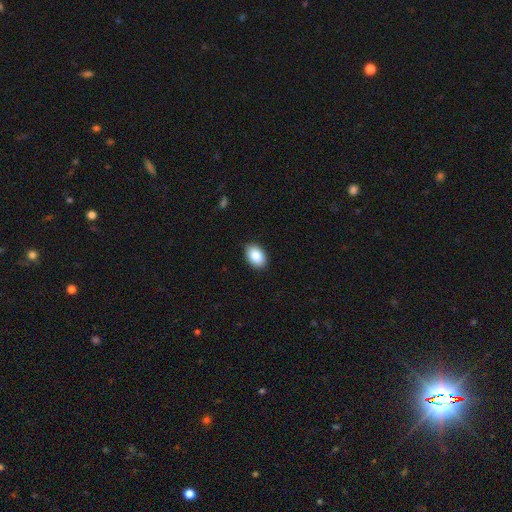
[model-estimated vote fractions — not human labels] This is clearly a smooth galaxy (86%). How rounded: clearly in between (87%). Merging: clearly none (89%).